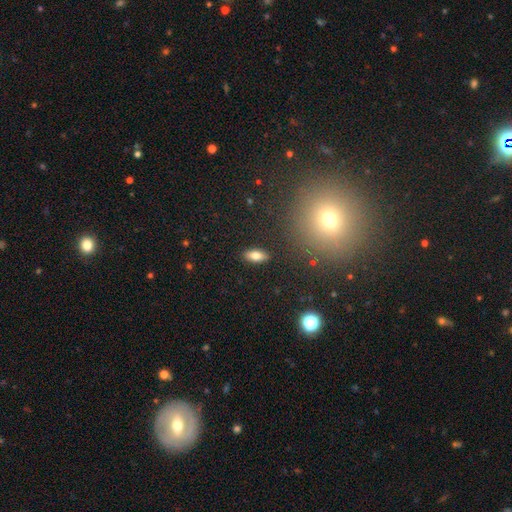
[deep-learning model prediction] Overall: smooth (77%). How rounded: in between (85%). Merging: none (88%).